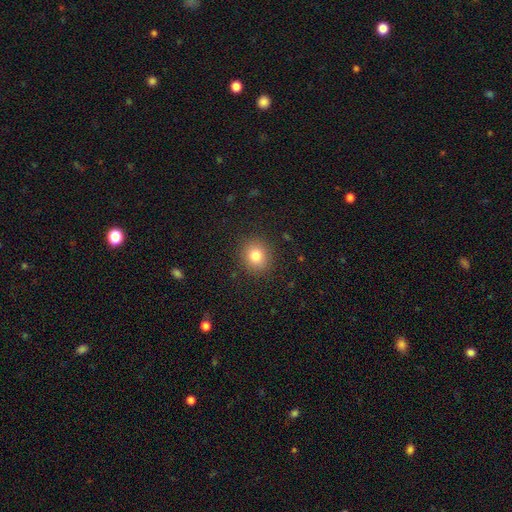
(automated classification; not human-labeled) Smooth or featured? smooth (81%)
How rounded? round (80%)
Merging? none (89%)